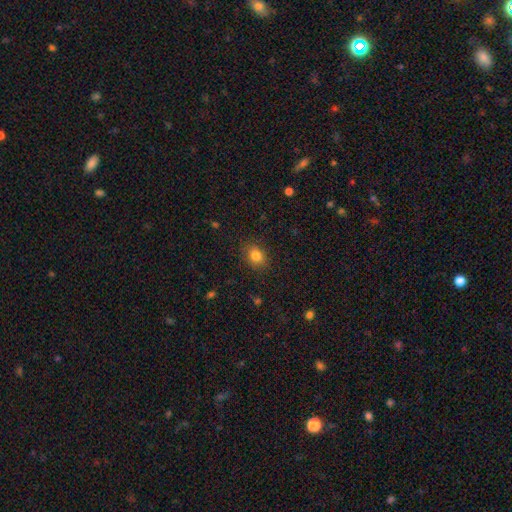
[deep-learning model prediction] A smooth galaxy with no disk features (82%) that is in between round and cigar-shaped (58%). Merging: none (87%).